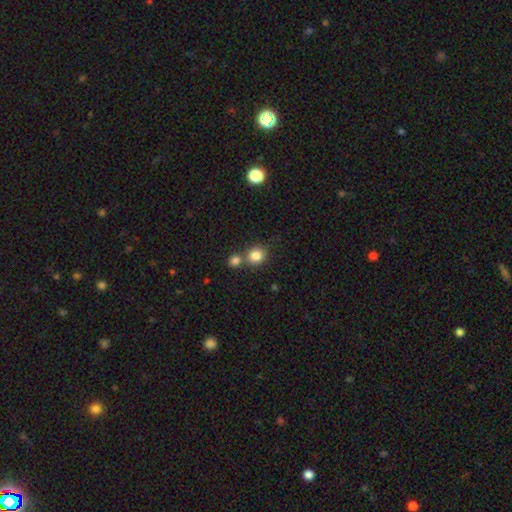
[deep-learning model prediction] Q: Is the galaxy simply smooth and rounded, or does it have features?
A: smooth — 83%.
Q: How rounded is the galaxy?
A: round — 82%.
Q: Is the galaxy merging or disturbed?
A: none — 58%.